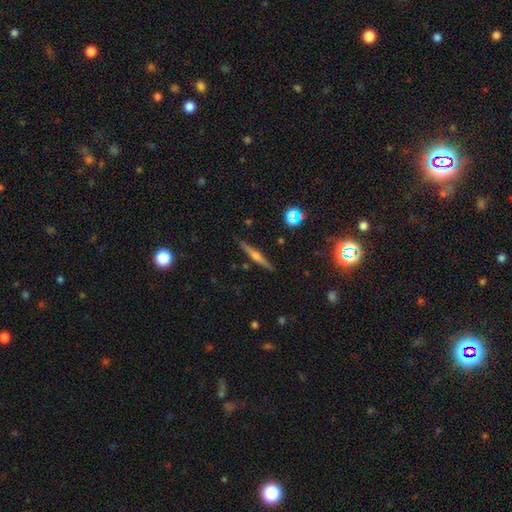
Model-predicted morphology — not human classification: featured or disk 67%, smooth 24%, star or artifact 8%. Down the decision tree: edge-on disk — yes (98%); edge-on bulge — rounded (84%); merging — none (90%).